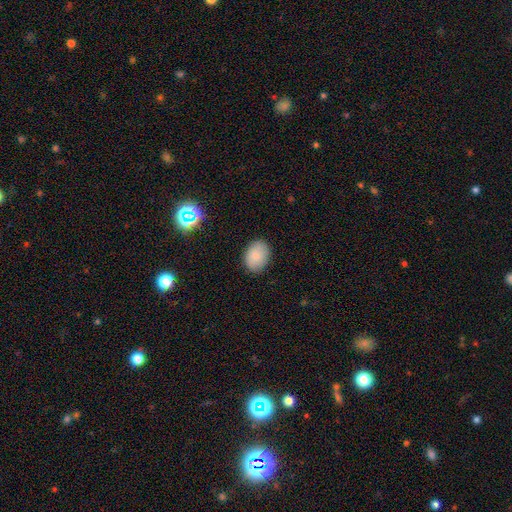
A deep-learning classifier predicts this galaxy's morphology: This is clearly a smooth galaxy (82%). How rounded: likely in between (73%). Merging: clearly none (86%).